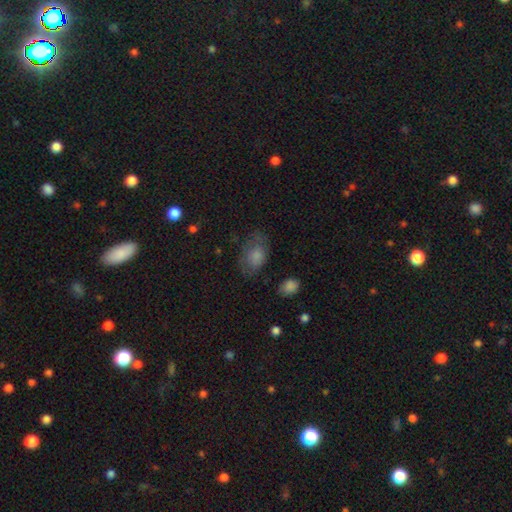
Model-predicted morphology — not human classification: Smooth or featured?
  - smooth: 75% *
  - featured or disk: 16%
  - star or artifact: 9%
How rounded?
  - in between: 85% *
  - round: 14%
  - cigar-shaped: 1%
Merging?
  - none: 60% *
  - minor disturbance: 24%
  - major disturbance: 14%
  - merger: 2%